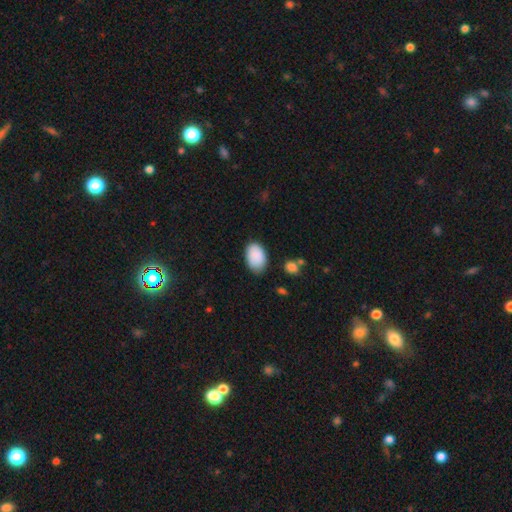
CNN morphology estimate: smooth_or_featured: smooth (p=0.90) [alt: star or artifact p=0.06]
how_rounded: in between (p=0.90) [alt: round p=0.09]
merging: none (p=0.77) [alt: minor disturbance p=0.18]